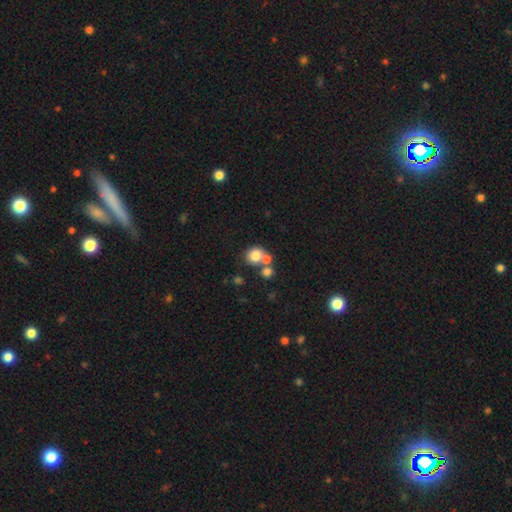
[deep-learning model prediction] The model was most divided on "merging": none: 47%, merger: 40%, minor disturbance: 9%, major disturbance: 5%. More confident: how rounded — round (81%); smooth or featured — smooth (78%).